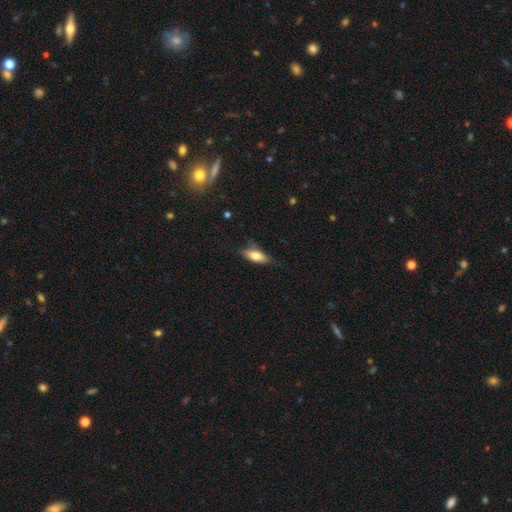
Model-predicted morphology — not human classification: A smooth galaxy with no disk features (74%) that is in between round and cigar-shaped (75%).

Vote fractions:
- Smooth or featured? smooth: 74% / featured or disk: 19% / star or artifact: 7%
- How rounded? in between: 75% / cigar-shaped: 23% / round: 3%
- Merging? none: 68% / minor disturbance: 24% / major disturbance: 6% / merger: 2%